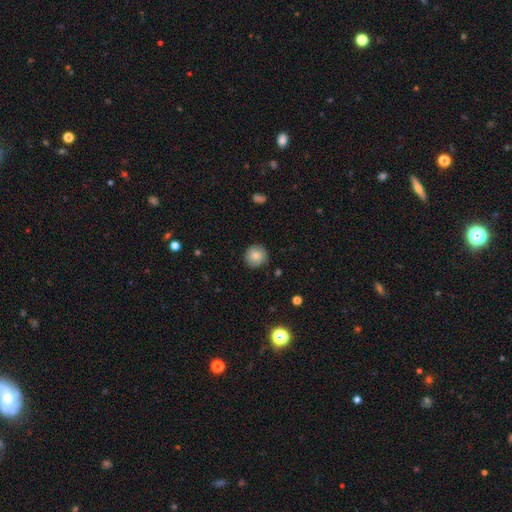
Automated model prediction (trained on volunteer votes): Q: Smooth or featured?
A: smooth (77%); runner-up: featured or disk (14%)
Q: How rounded?
A: round (94%); runner-up: in between (5%)
Q: Merging?
A: none (86%); runner-up: minor disturbance (11%)